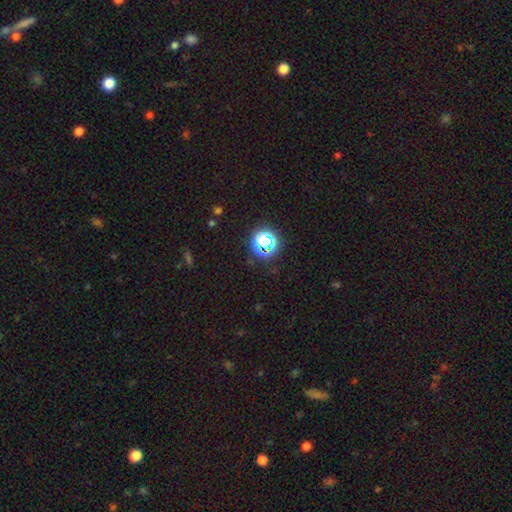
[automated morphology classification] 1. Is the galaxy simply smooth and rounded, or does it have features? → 69% star or artifact, 25% smooth, 6% featured or disk.